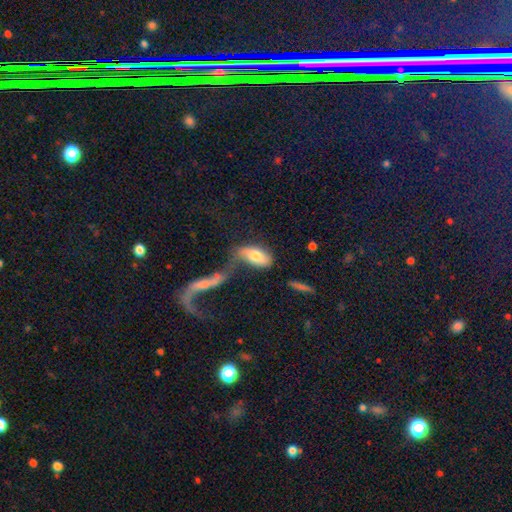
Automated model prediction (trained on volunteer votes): smooth_or_featured: smooth (p=0.68) [alt: featured or disk p=0.25]
how_rounded: in between (p=0.88) [alt: cigar-shaped p=0.08]
merging: merger (p=0.43) [alt: none p=0.28]